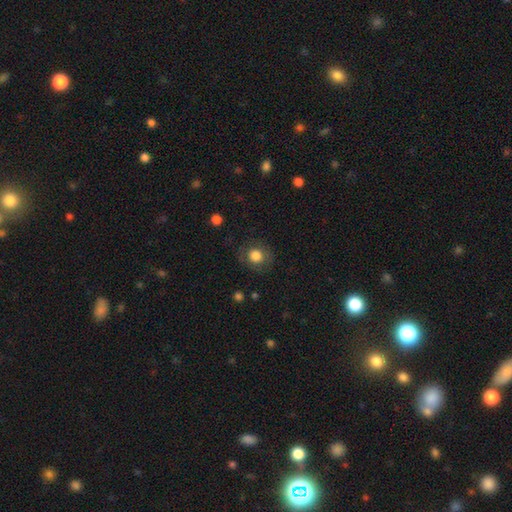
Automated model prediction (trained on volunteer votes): Overall: smooth (78%). How rounded: round (83%). Merging: none (80%).